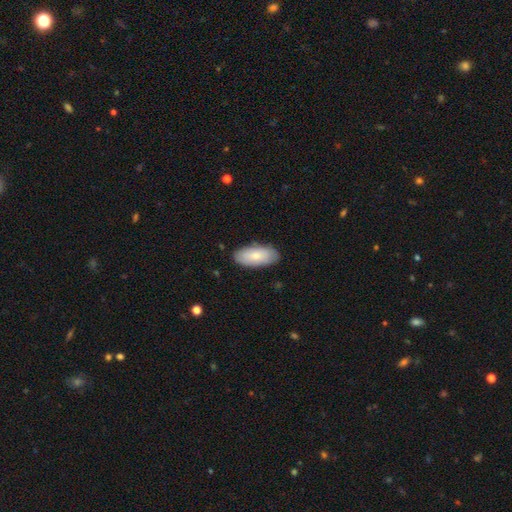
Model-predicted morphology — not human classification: smooth 78%, featured or disk 16%, star or artifact 5%. Down the decision tree: how rounded — in between (91%); merging — none (84%).